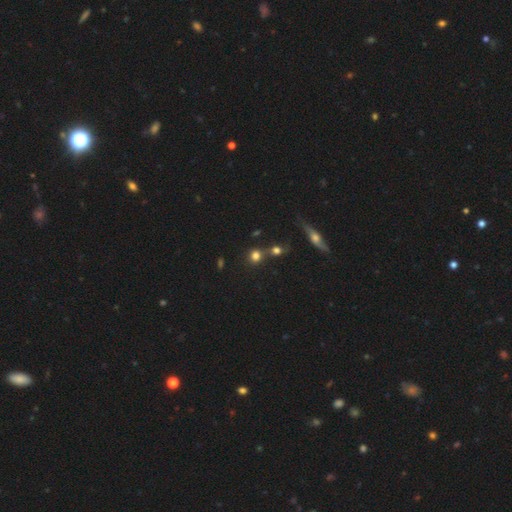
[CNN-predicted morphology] A smooth galaxy with no disk features (74%) that is round (86%). Merging: none (57%).